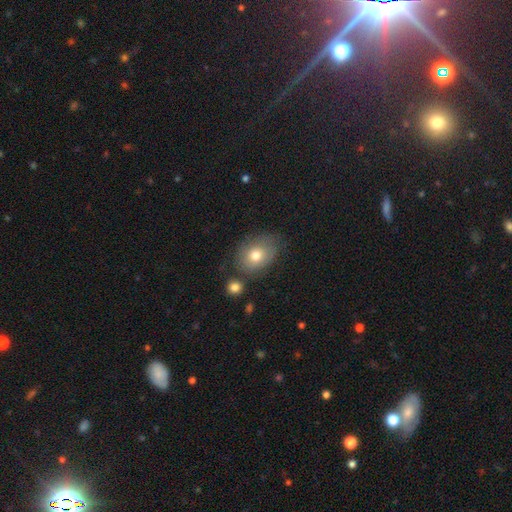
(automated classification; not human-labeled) The model was most divided on "how rounded": in between: 64%, round: 35%, cigar-shaped: 1%. More confident: smooth or featured — smooth (74%); merging — none (66%).